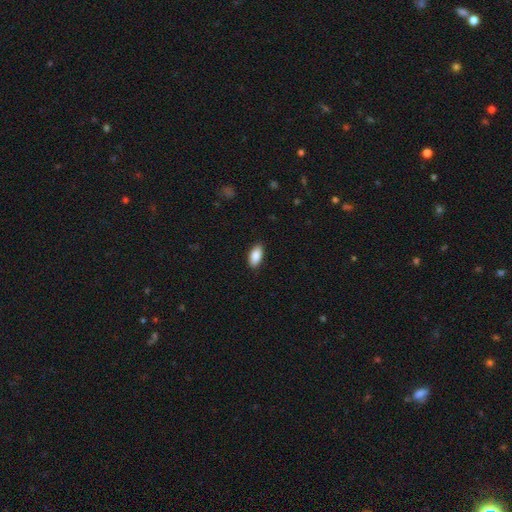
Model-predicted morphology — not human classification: This appears to be a smooth galaxy with no disk features (88%) that is in between round and cigar-shaped (90%). Merging: none (88%).